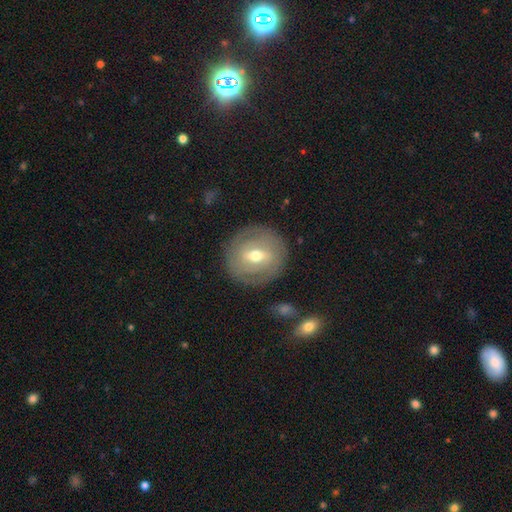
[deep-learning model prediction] A featured or disk galaxy (62%) with a weak bar (51%), spiral arms (59%) and a moderate central bulge (70%). Merging: none (85%).